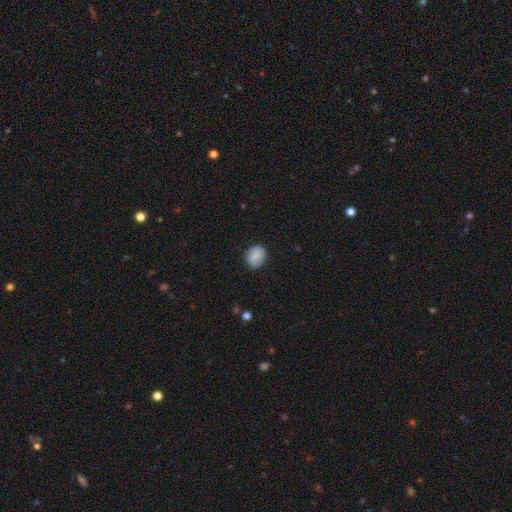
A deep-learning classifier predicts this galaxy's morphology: Overall: smooth (77%). How rounded: round (52%; in between 46%). Merging: none (82%).